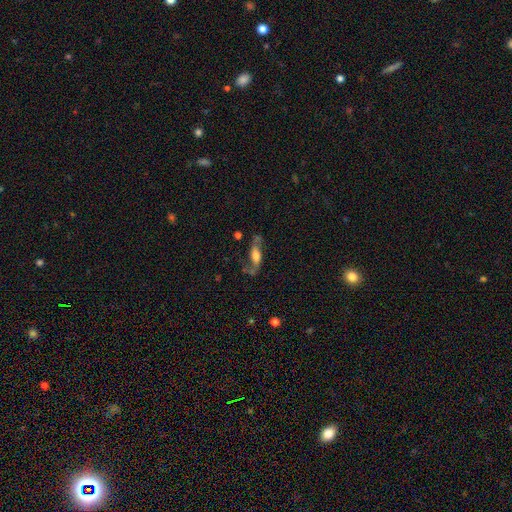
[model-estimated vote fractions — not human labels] Morphology: type=featured or disk (68%); edge-on=no (77%); bar=no (51%); spiral arms=yes (86%); bulge=moderate (52%); merging=none (55%).